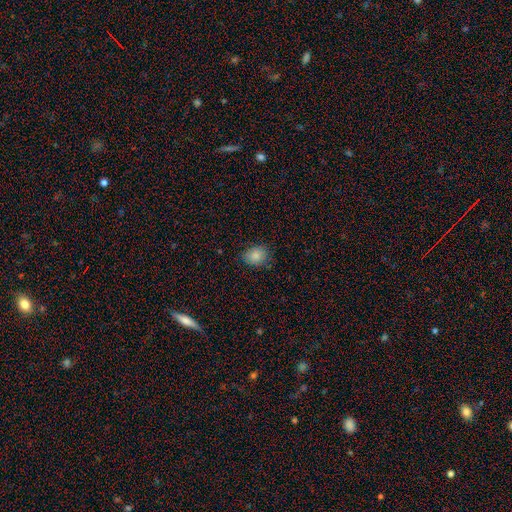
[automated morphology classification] smooth_or_featured: smooth (p=0.86) [alt: star or artifact p=0.09]
how_rounded: round (p=0.52) [alt: in between p=0.47]
merging: none (p=0.80) [alt: minor disturbance p=0.16]